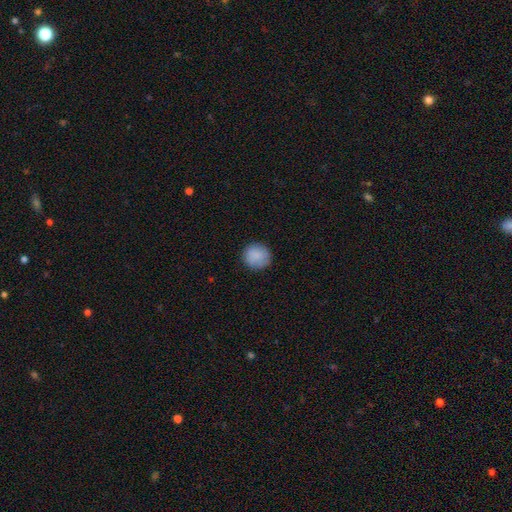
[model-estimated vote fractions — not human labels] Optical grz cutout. It shows a smooth galaxy with no disk features (88%) that is round (92%). Merging: none (87%).